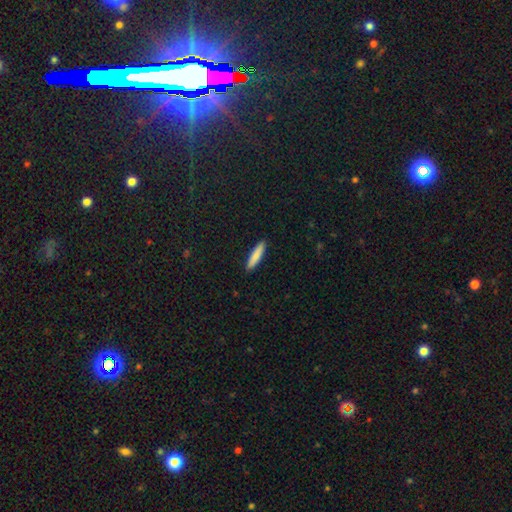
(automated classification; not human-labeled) Q: Smooth or featured?
A: smooth (85%); runner-up: featured or disk (9%)
Q: How rounded?
A: cigar-shaped (85%); runner-up: in between (14%)
Q: Merging?
A: none (91%); runner-up: minor disturbance (6%)